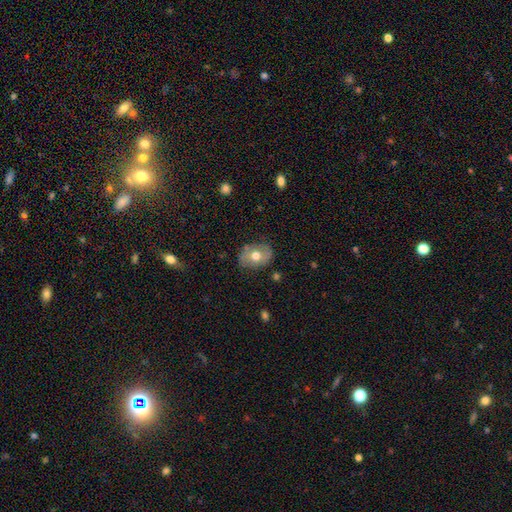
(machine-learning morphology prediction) Q: Smooth or featured?
A: smooth (57%); runner-up: featured or disk (35%)
Q: How rounded?
A: in between (69%); runner-up: round (30%)
Q: Merging?
A: none (79%); runner-up: minor disturbance (15%)